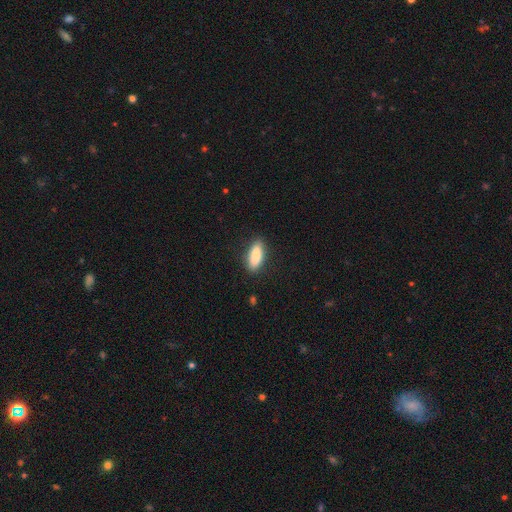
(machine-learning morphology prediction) A smooth galaxy with no disk features (86%) that is in between round and cigar-shaped (77%). Merging: none (86%).